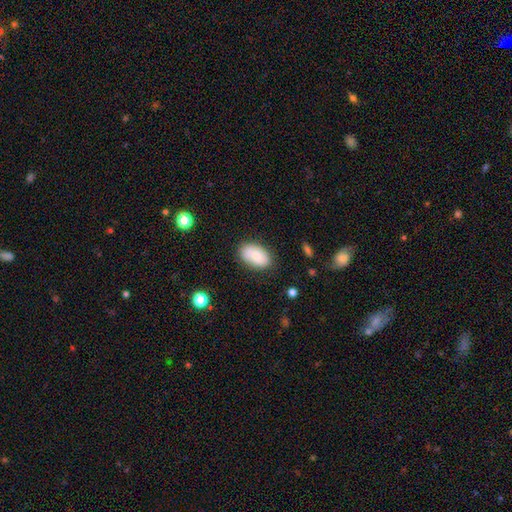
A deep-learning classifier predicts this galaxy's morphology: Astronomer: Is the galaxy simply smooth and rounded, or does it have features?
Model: smooth — 75%.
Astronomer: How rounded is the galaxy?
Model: in between — 91%.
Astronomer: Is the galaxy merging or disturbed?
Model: none — 80%.